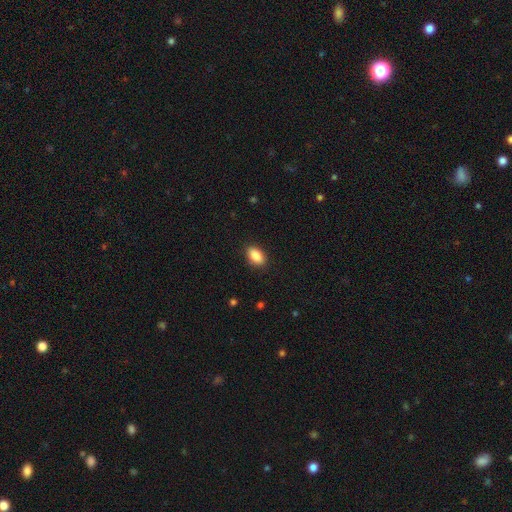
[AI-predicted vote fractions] A smooth galaxy with no disk features (88%) that is in between round and cigar-shaped (91%). Merging: none (88%).